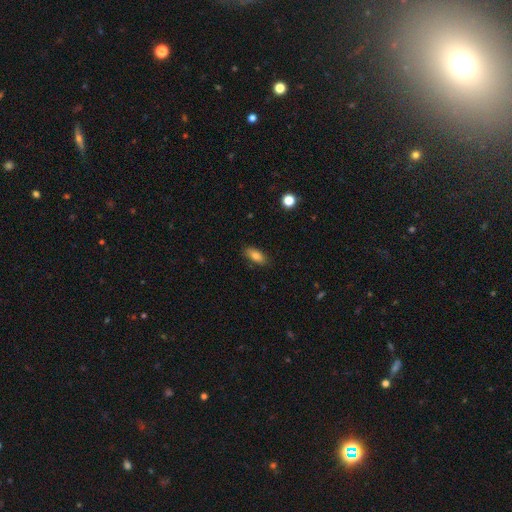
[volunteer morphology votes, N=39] A smooth galaxy with no disk features (85%) that is in between round and cigar-shaped (88%). Merging: none (89%).